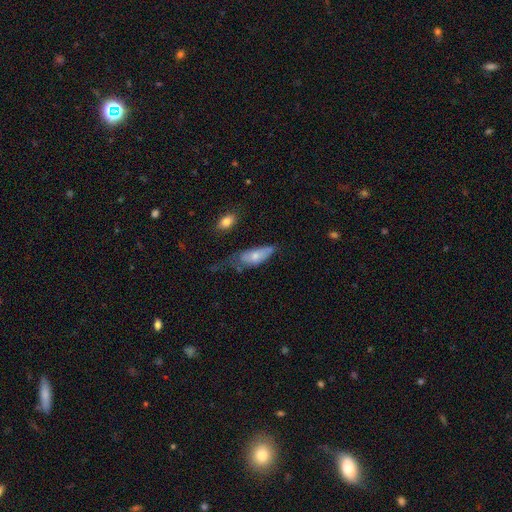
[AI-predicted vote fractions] Smooth or featured: smooth — 65% (featured or disk — 28%)
How rounded: in between — 77% (cigar-shaped — 20%)
Merging: minor disturbance — 35% (major disturbance — 32%)